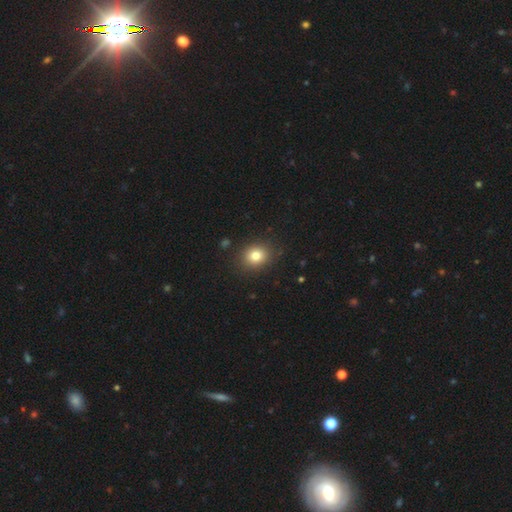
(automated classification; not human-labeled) smooth 80%, star or artifact 12%, featured or disk 8%. Down the decision tree: how rounded — round (65%); merging — none (87%).